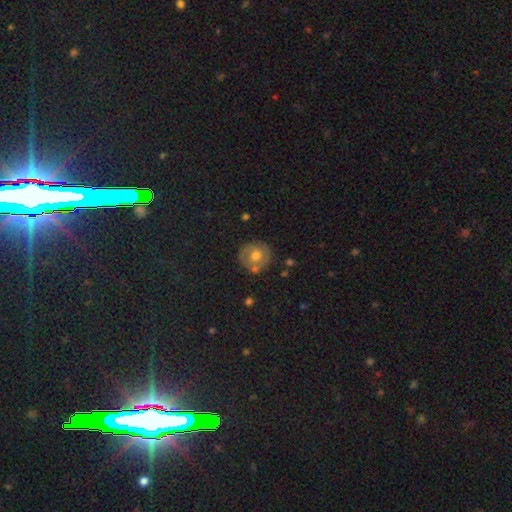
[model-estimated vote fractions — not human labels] The model was most divided on "smooth or featured": smooth: 58%, featured or disk: 34%, star or artifact: 9%. More confident: how rounded — round (88%); merging — none (76%).